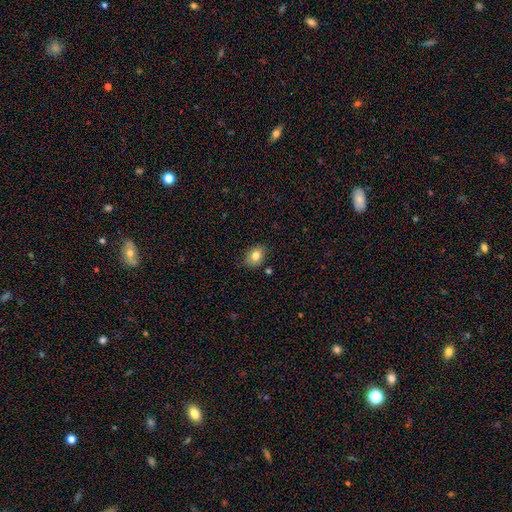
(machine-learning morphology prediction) The model was most divided on "how rounded": in between: 68%, round: 31%, cigar-shaped: 1%. More confident: merging — none (83%); smooth or featured — smooth (80%).